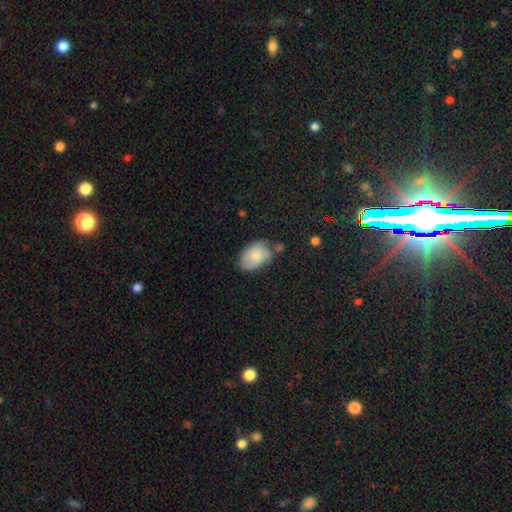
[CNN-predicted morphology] The model was most divided on "merging": none: 56%, minor disturbance: 29%, merger: 8%, major disturbance: 7%. More confident: how rounded — in between (89%); smooth or featured — smooth (82%).